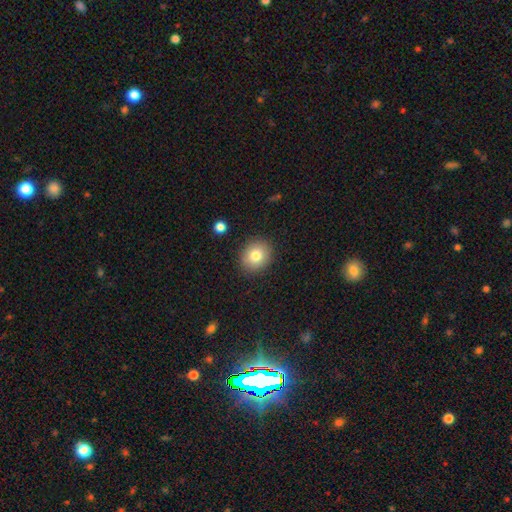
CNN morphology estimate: Smooth or featured?
  - smooth: 79% *
  - featured or disk: 11%
  - star or artifact: 10%
How rounded?
  - round: 72% *
  - in between: 27%
  - cigar-shaped: 1%
Merging?
  - none: 89% *
  - minor disturbance: 7%
  - major disturbance: 2%
  - merger: 1%